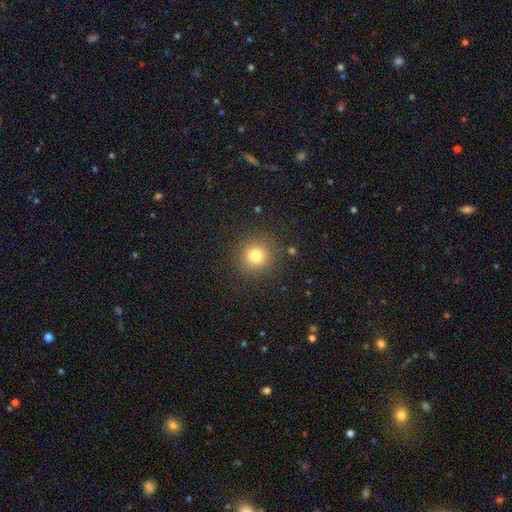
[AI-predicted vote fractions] Smooth or featured? Predicted: smooth (p=0.78). How rounded? Predicted: round (p=0.93). Merging? Predicted: none (p=0.89).